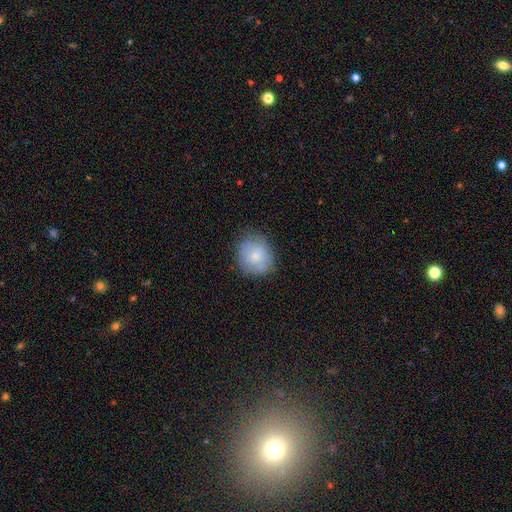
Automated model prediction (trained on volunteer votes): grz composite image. It shows a smooth galaxy with no disk features (73%) that is round (69%). Merging: none (73%).